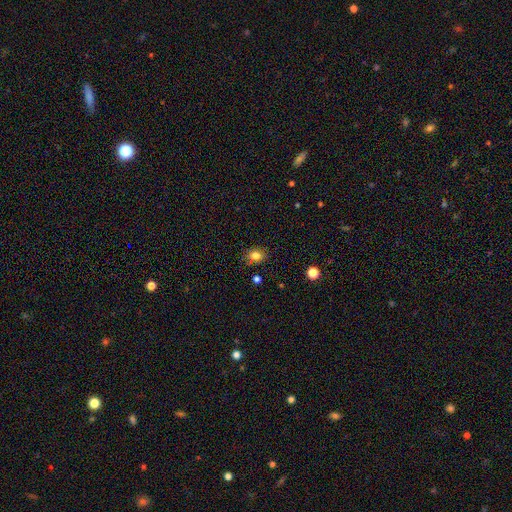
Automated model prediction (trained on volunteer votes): Morphology: type=smooth (77%); roundness=in between (56%); merging=none (78%).